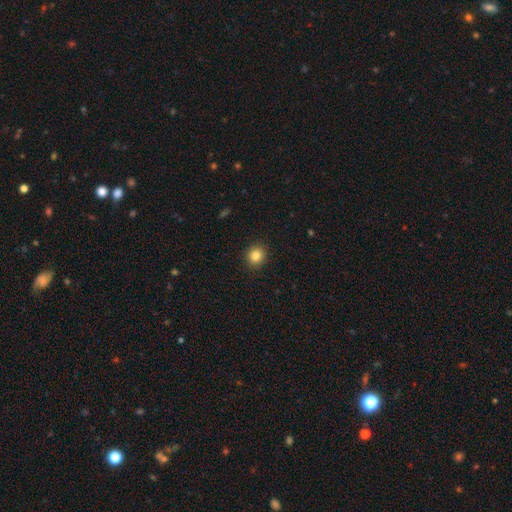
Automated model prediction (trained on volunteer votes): Q: Smooth or featured?
A: smooth (83%); runner-up: star or artifact (11%)
Q: How rounded?
A: round (81%); runner-up: in between (18%)
Q: Merging?
A: none (91%); runner-up: minor disturbance (6%)